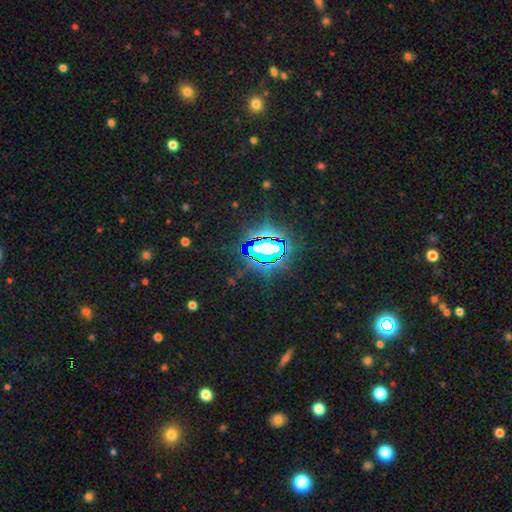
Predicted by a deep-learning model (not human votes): Smooth or featured? Predicted: star or artifact (p=0.82).